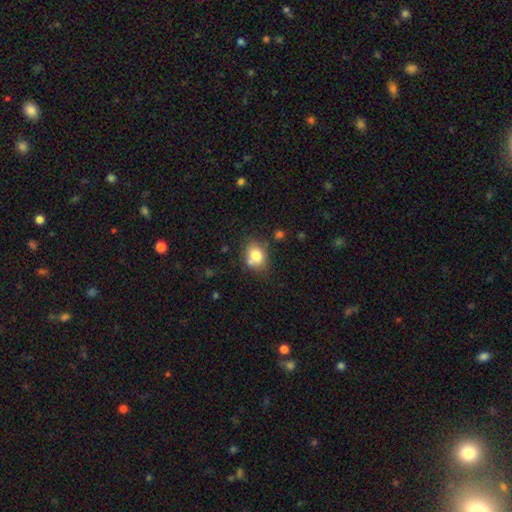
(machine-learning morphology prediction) type=smooth (78%); roundness=round (52%); merging=none (68%).